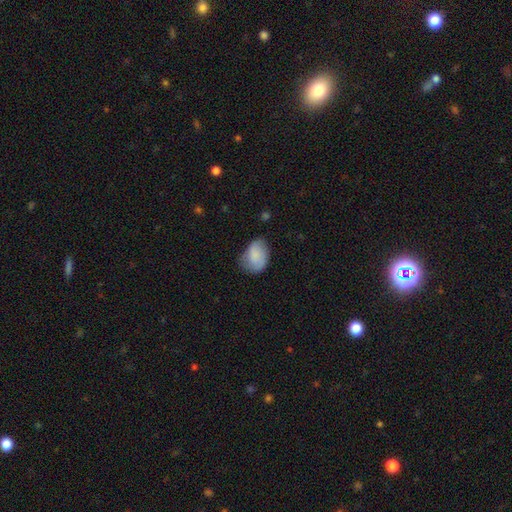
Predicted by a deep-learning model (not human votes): A smooth galaxy with no disk features (82%) that is in between round and cigar-shaped (77%).

Vote fractions:
- Smooth or featured? smooth: 82% / featured or disk: 11% / star or artifact: 7%
- How rounded? in between: 77% / round: 22% / cigar-shaped: 1%
- Merging? none: 57% / minor disturbance: 33% / major disturbance: 9% / merger: 2%